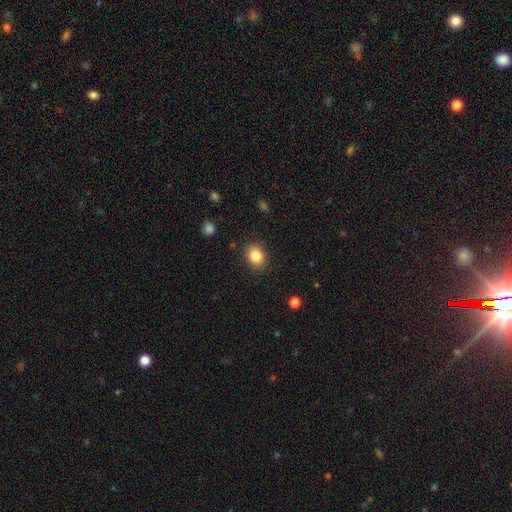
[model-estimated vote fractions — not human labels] smooth_or_featured: smooth (p=0.84) [alt: star or artifact p=0.09]
how_rounded: in between (p=0.54) [alt: round p=0.45]
merging: none (p=0.87) [alt: minor disturbance p=0.09]